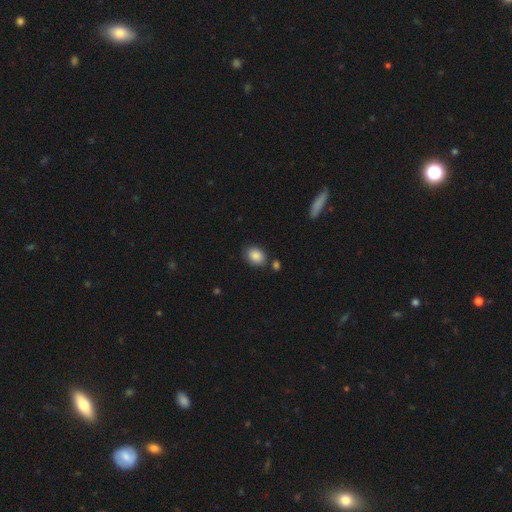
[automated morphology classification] Smooth or featured: smooth — 88% (star or artifact — 8%)
How rounded: in between — 68% (round — 31%)
Merging: none — 77% (minor disturbance — 13%)